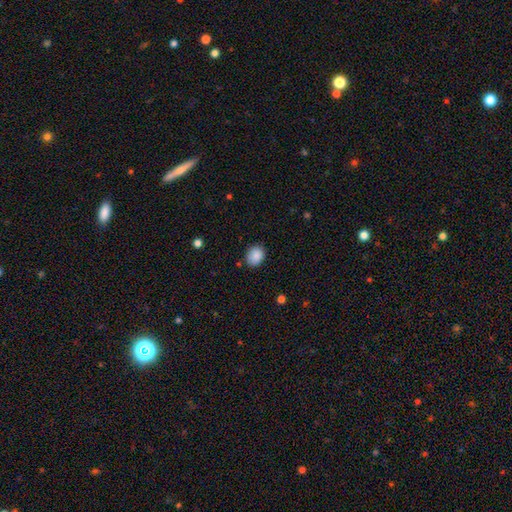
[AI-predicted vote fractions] Q: Smooth or featured?
A: smooth (88%); runner-up: star or artifact (8%)
Q: How rounded?
A: round (52%); runner-up: in between (47%)
Q: Merging?
A: none (82%); runner-up: minor disturbance (14%)